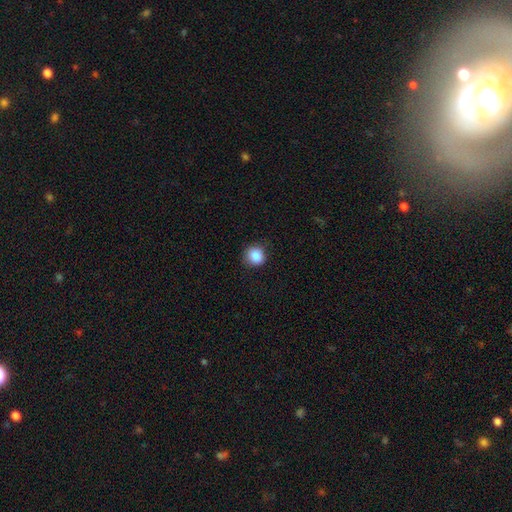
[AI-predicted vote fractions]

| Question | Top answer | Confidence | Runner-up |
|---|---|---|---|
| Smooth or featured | smooth | 86% | star or artifact (9%) |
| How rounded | round | 85% | in between (14%) |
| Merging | none | 81% | minor disturbance (14%) |